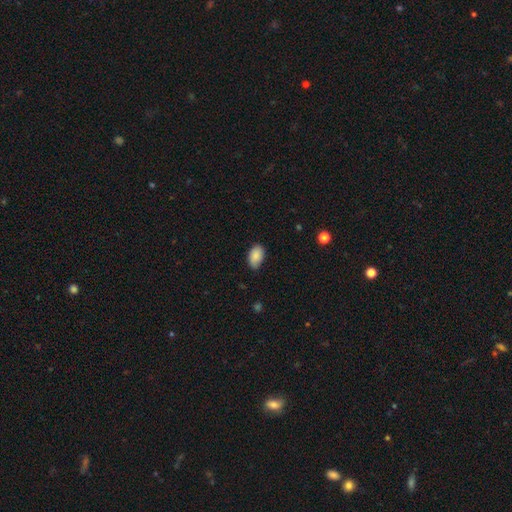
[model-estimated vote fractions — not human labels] smooth 88%, star or artifact 7%, featured or disk 6%. Down the decision tree: how rounded — in between (92%); merging — none (75%).